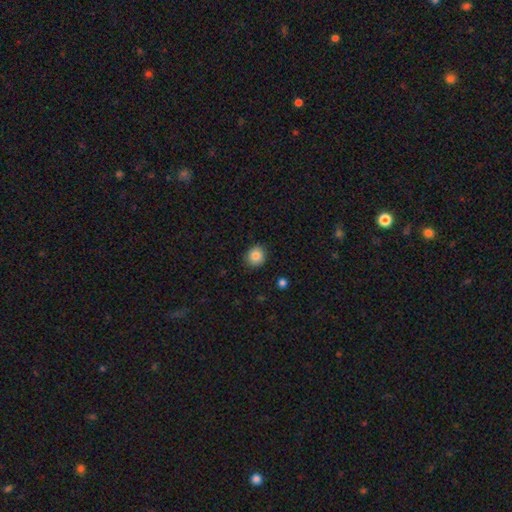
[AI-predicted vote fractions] Q: Smooth or featured?
A: smooth (84%); runner-up: star or artifact (10%)
Q: How rounded?
A: round (83%); runner-up: in between (16%)
Q: Merging?
A: none (85%); runner-up: minor disturbance (11%)